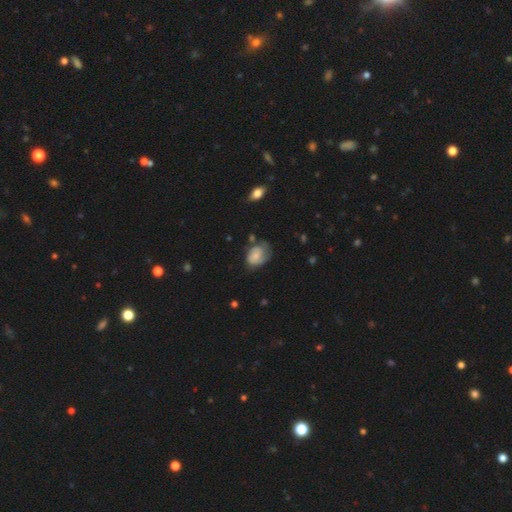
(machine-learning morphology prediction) smooth-or-featured: featured or disk: 47% | smooth: 45% | star or artifact: 8%
  merging: none: 43% | minor disturbance: 33% | major disturbance: 20% | merger: 4%